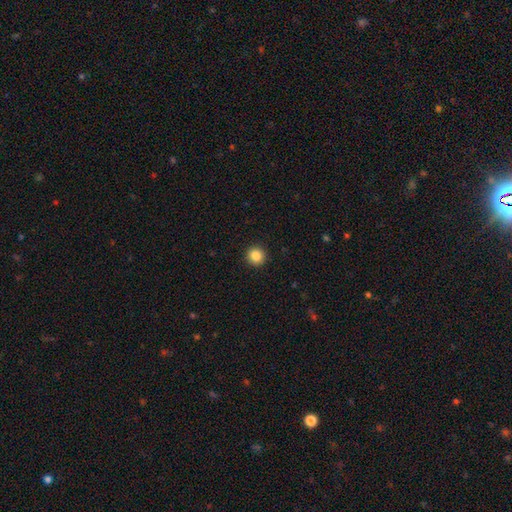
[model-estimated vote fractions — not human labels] A smooth galaxy with no disk features (86%) that is round (94%).

Vote fractions:
- Smooth or featured? smooth: 86% / star or artifact: 10% / featured or disk: 4%
- How rounded? round: 94% / in between: 5% / cigar-shaped: 1%
- Merging? none: 93% / minor disturbance: 5% / major disturbance: 2% / merger: 1%